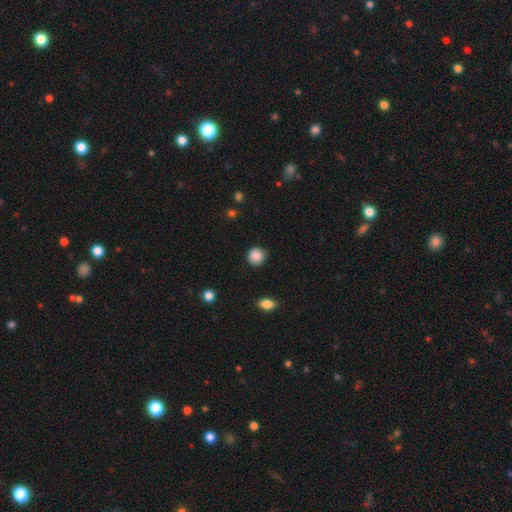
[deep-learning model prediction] smooth_or_featured: smooth (p=0.88) [alt: star or artifact p=0.09]
how_rounded: round (p=0.89) [alt: in between p=0.10]
merging: none (p=0.87) [alt: minor disturbance p=0.10]